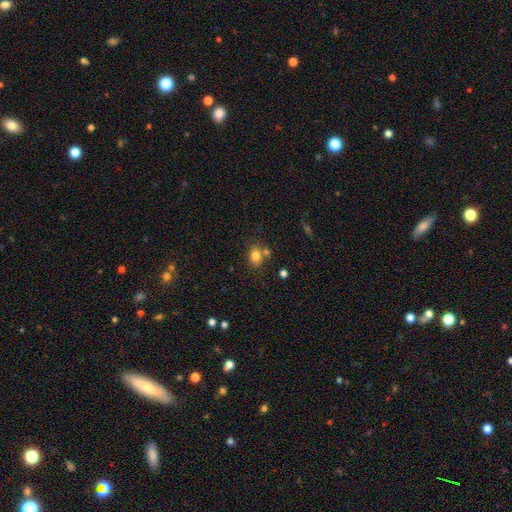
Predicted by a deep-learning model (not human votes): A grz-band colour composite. It shows a smooth galaxy with no disk features (79%) that is in between round and cigar-shaped (56%). Merging: none (64%).